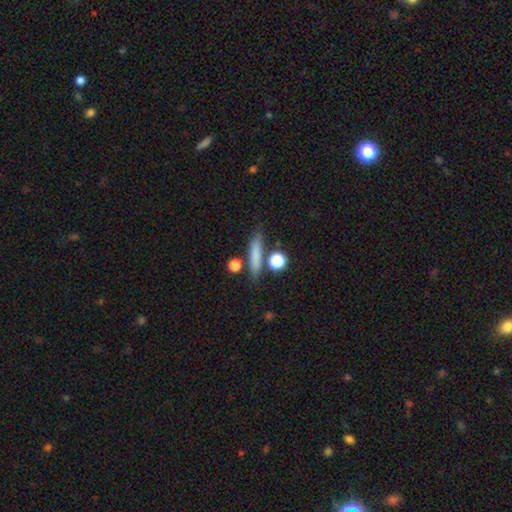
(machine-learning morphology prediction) This is likely a smooth galaxy (77%). How rounded: likely cigar-shaped (76%). Merging: likely none (76%).